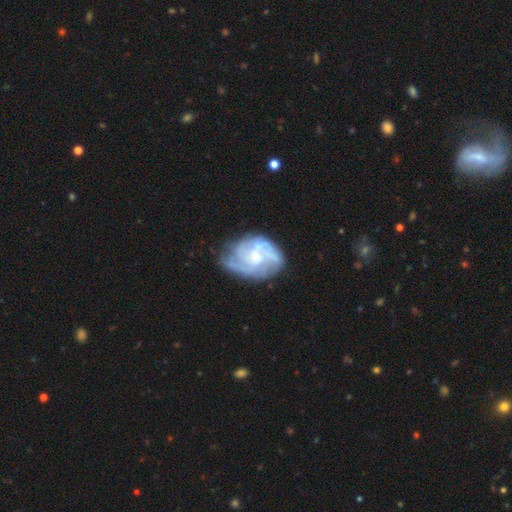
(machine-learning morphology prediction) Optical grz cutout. It shows a featured or disk galaxy (81%) with no bar (63%), tight (43%) spiral arms (92%) and a small central bulge (67%). Merging: none (64%).